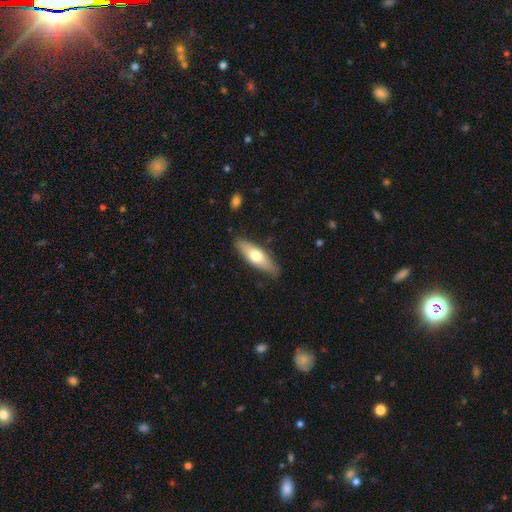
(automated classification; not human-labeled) A smooth galaxy with no disk features (59%) that is cigar-shaped (52%). Merging: none (83%).